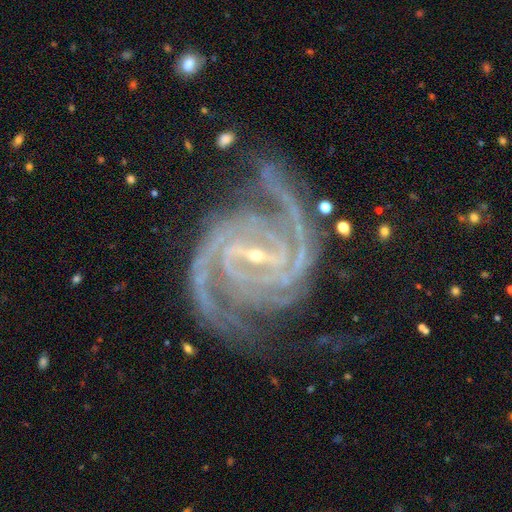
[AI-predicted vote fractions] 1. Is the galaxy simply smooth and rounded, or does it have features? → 93% featured or disk, 4% star or artifact, 2% smooth.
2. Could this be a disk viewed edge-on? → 98% no, 2% yes.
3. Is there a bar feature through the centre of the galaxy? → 60% strong, 31% weak, 10% no.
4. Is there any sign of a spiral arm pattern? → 99% yes, 1% no.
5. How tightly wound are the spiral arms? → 56% tight, 39% medium, 6% loose.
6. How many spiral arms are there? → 41% 2, 23% 3, 15% 4, 8% can't tell, 7% more than 4, 6% 1.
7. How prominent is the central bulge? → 81% small, 15% moderate, 2% none, 1% large, 1% dominant.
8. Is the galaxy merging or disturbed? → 67% none, 19% minor disturbance, 11% major disturbance, 3% merger.